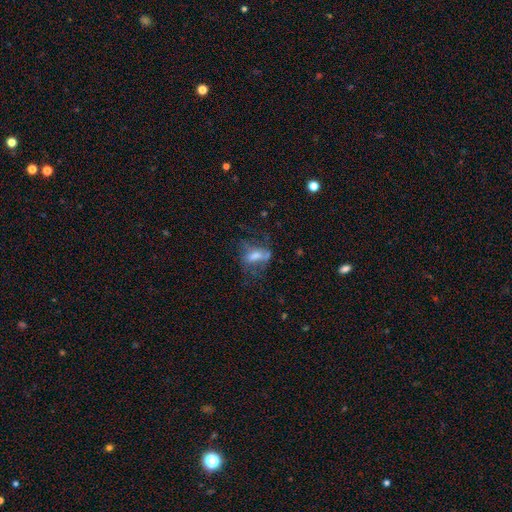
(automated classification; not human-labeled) smooth-or-featured: smooth: 44% | featured or disk: 42% | star or artifact: 14%
  merging: none: 37% | major disturbance: 36% | minor disturbance: 21% | merger: 6%